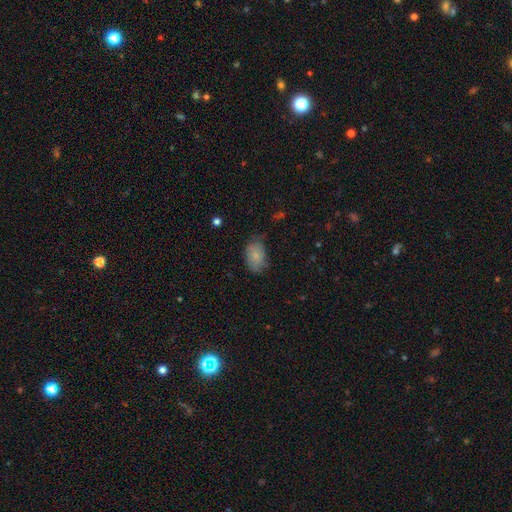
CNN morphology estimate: Smooth or featured?
  - smooth: 79% *
  - featured or disk: 14%
  - star or artifact: 7%
How rounded?
  - in between: 89% *
  - round: 9%
  - cigar-shaped: 1%
Merging?
  - none: 61% *
  - minor disturbance: 30%
  - major disturbance: 8%
  - merger: 2%